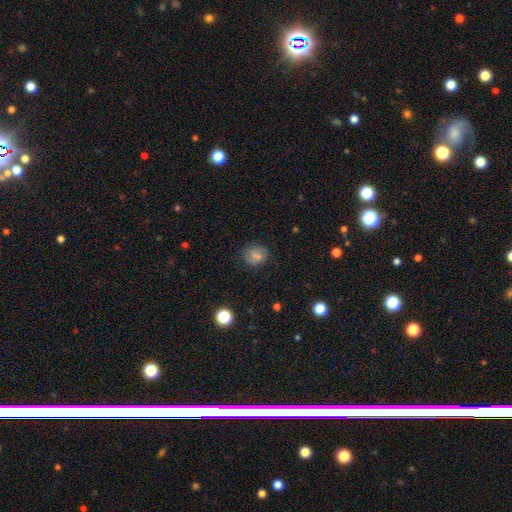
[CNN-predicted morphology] smooth 69%, featured or disk 19%, star or artifact 12%. Down the decision tree: how rounded — round (66%); merging — none (76%).